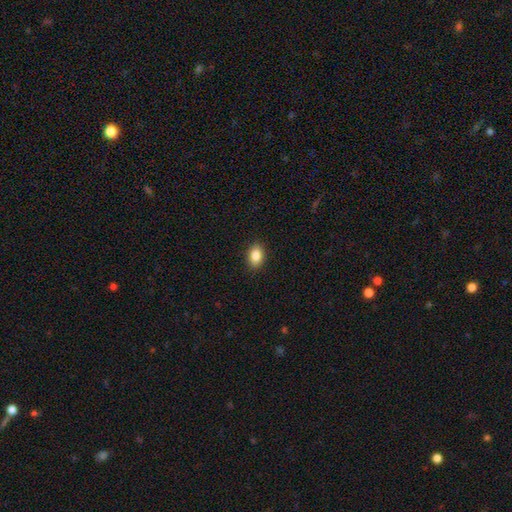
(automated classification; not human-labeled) smooth_or_featured: smooth (p=0.85) [alt: star or artifact p=0.08]
how_rounded: in between (p=0.85) [alt: round p=0.13]
merging: none (p=0.90) [alt: minor disturbance p=0.07]